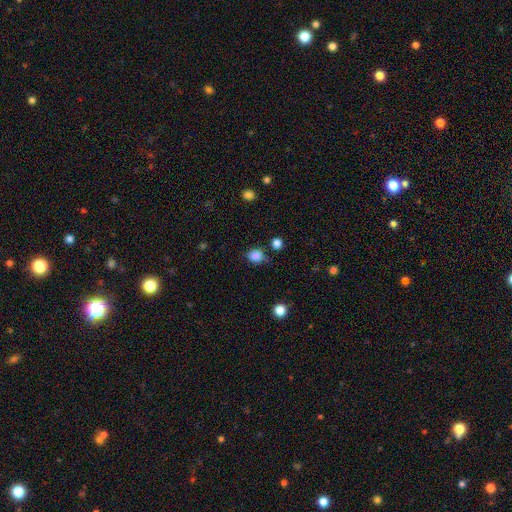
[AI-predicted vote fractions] smooth 84%, star or artifact 11%, featured or disk 5%. Down the decision tree: how rounded — round (77%); merging — none (70%).